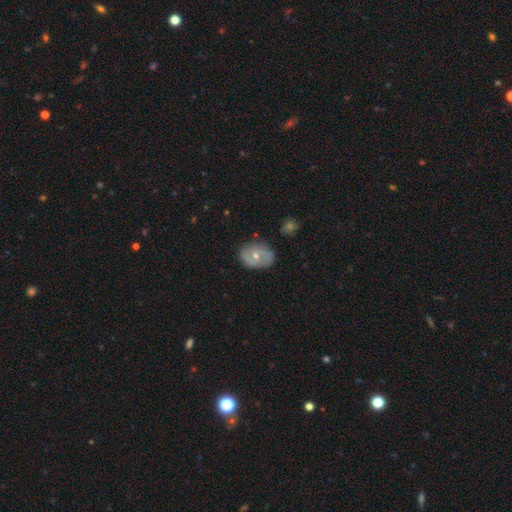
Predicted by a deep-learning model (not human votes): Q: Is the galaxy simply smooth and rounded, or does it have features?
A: featured or disk — 59%.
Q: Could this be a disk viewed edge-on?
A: no — 96%.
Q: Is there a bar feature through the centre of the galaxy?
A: no — 61%.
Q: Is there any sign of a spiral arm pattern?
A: yes — 70%.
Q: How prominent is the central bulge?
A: moderate — 55%.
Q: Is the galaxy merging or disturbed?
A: none — 73%.